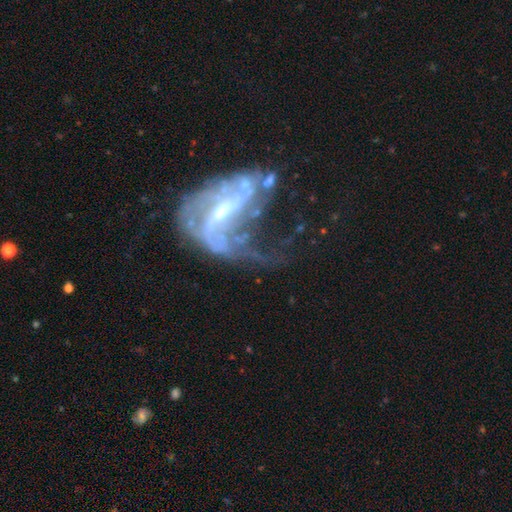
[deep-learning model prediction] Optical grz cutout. It shows a featured or disk galaxy (83%) with a weak bar (39%), 2 (41%) loose (55%) spiral arms (82%) and a small central bulge (63%). Merging: major disturbance (47%).